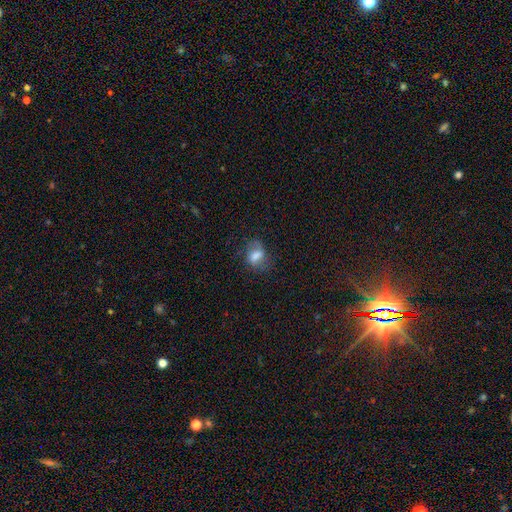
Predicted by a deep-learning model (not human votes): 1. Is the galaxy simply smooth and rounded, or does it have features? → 58% smooth, 31% featured or disk, 11% star or artifact.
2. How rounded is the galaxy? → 74% in between, 23% round, 3% cigar-shaped.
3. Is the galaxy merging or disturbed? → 61% none, 24% minor disturbance, 14% major disturbance, 2% merger.